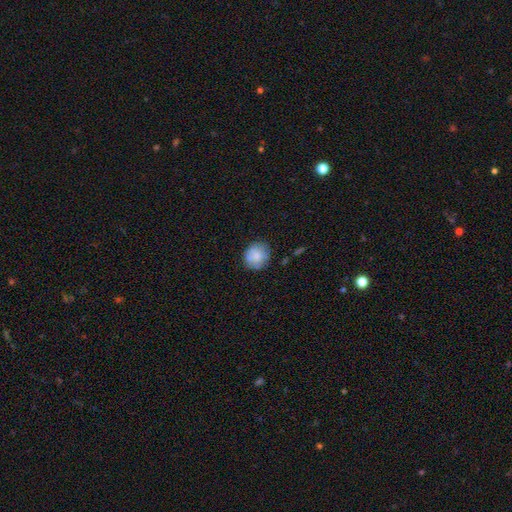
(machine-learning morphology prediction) Smooth or featured: smooth — 75% (featured or disk — 17%)
How rounded: round — 82% (in between — 17%)
Merging: none — 73% (minor disturbance — 18%)